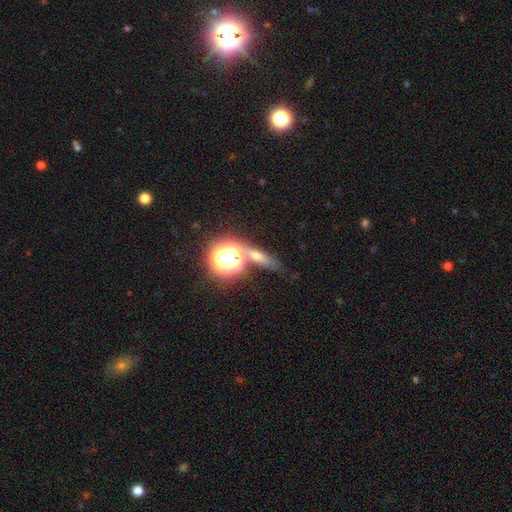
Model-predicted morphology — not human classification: Smooth or featured?
  - smooth: 44% *
  - star or artifact: 35%
  - featured or disk: 21%
Merging?
  - none: 64% *
  - merger: 18%
  - minor disturbance: 12%
  - major disturbance: 6%